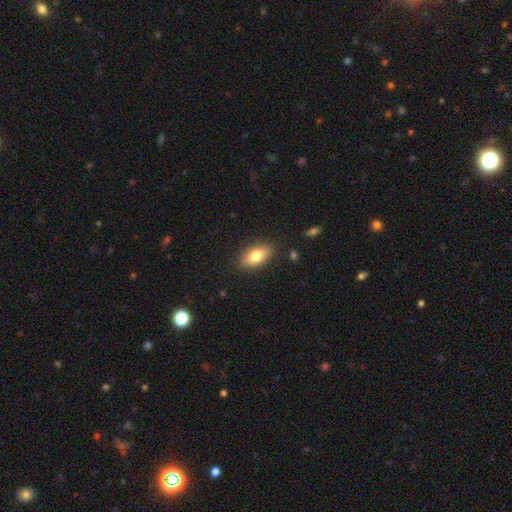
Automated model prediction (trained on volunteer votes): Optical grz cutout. It shows a smooth galaxy with no disk features (75%) that is in between round and cigar-shaped (86%). Merging: none (86%).